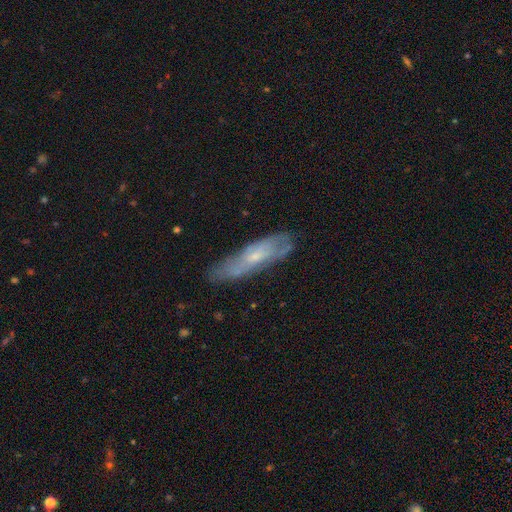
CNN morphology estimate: This is possibly a featured or disk galaxy (56%). It is possibly not viewed edge-on (58%). Merging: likely none (71%).